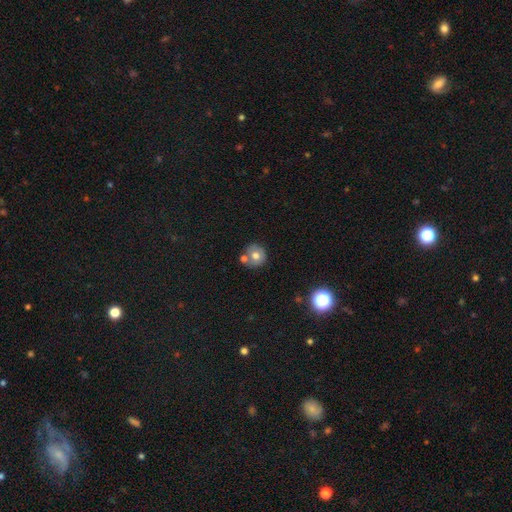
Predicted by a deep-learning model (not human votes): This appears to be a smooth galaxy with no disk features (68%) that is round (88%). Merging: none (55%).